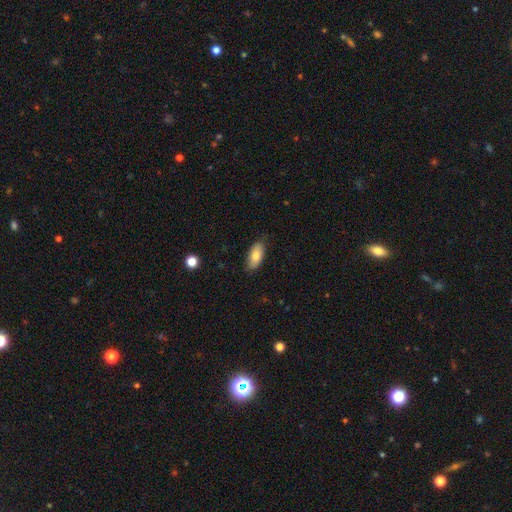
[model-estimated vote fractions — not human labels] This is likely a smooth galaxy (78%). How rounded: clearly in between (89%). Merging: clearly none (83%).